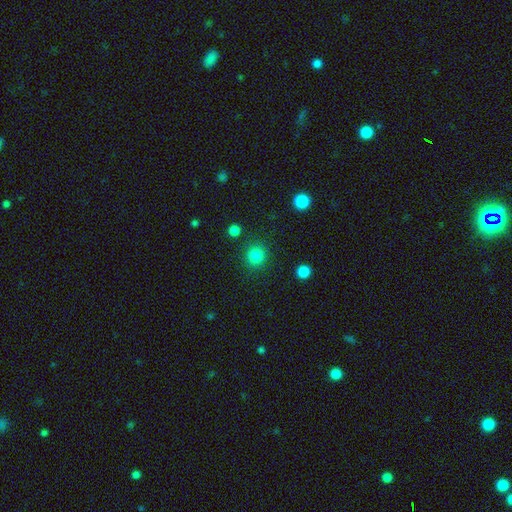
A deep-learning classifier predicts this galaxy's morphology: A smooth galaxy with no disk features (84%) that is round (92%). Merging: none (89%).